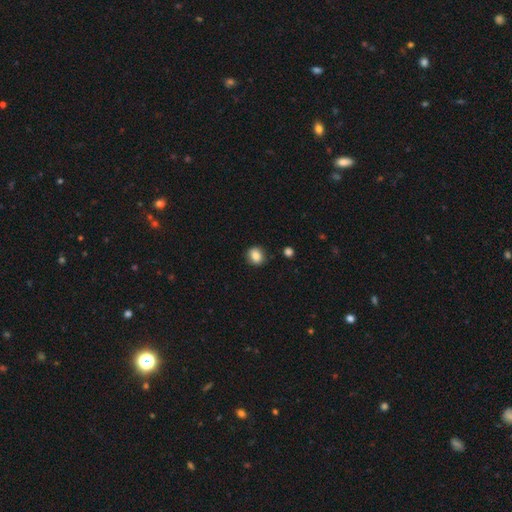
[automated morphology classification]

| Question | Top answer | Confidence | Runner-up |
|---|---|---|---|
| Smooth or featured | smooth | 85% | star or artifact (9%) |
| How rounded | round | 71% | in between (28%) |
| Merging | none | 87% | minor disturbance (9%) |